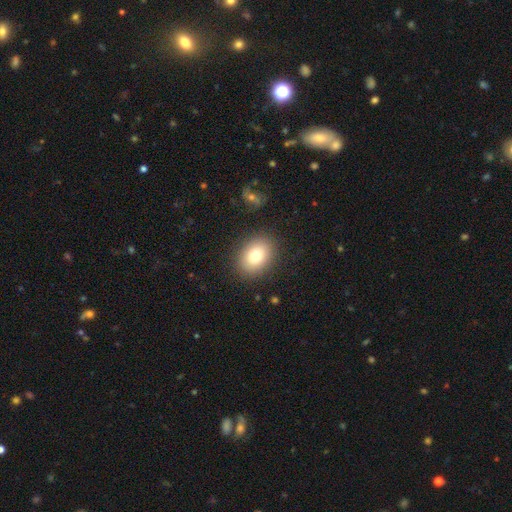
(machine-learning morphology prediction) This appears to be a smooth galaxy with no disk features (78%) that is in between round and cigar-shaped (64%). Merging: none (87%).